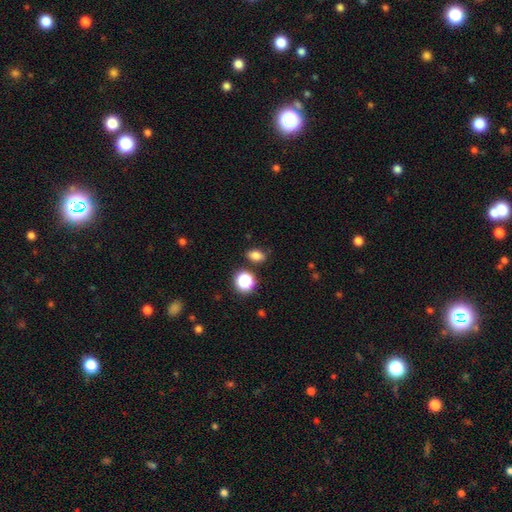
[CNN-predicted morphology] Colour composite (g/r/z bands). It shows a smooth galaxy with no disk features (79%) that is in between round and cigar-shaped (73%). Merging: none (80%).